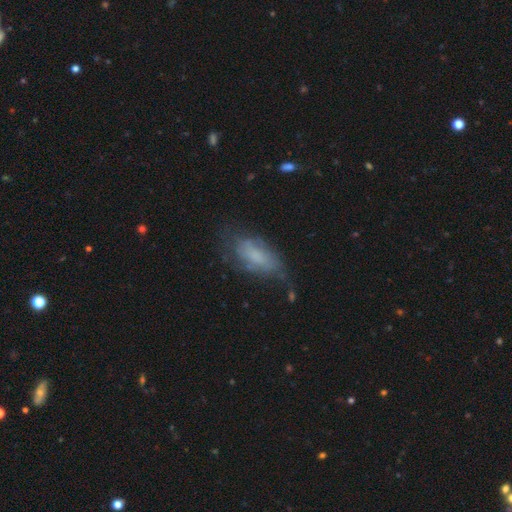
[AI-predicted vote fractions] Smooth or featured? Predicted: smooth (p=0.55). How rounded? Predicted: in between (p=0.83). Merging? Predicted: none (p=0.48).